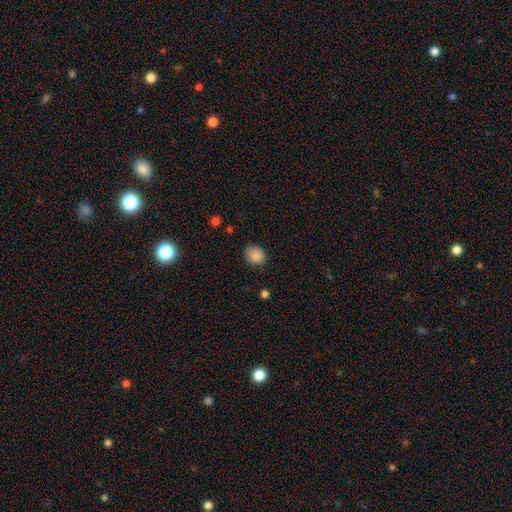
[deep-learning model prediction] A smooth galaxy with no disk features (86%) that is round (66%).

Vote fractions:
- Smooth or featured? smooth: 86% / star or artifact: 9% / featured or disk: 4%
- How rounded? round: 66% / in between: 33% / cigar-shaped: 1%
- Merging? none: 75% / minor disturbance: 20% / major disturbance: 4% / merger: 1%